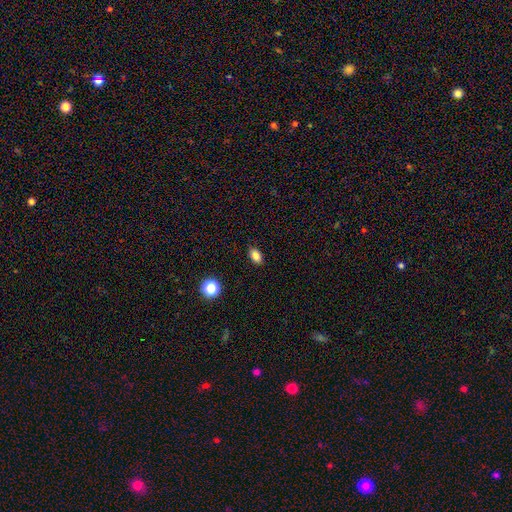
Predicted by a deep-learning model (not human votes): Smooth or featured? smooth (83%)
How rounded? in between (85%)
Merging? none (87%)